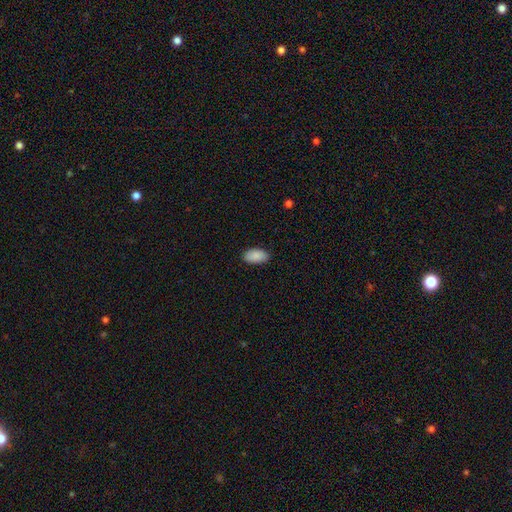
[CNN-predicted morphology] Overall: smooth (89%). How rounded: in between (95%). Merging: none (87%).